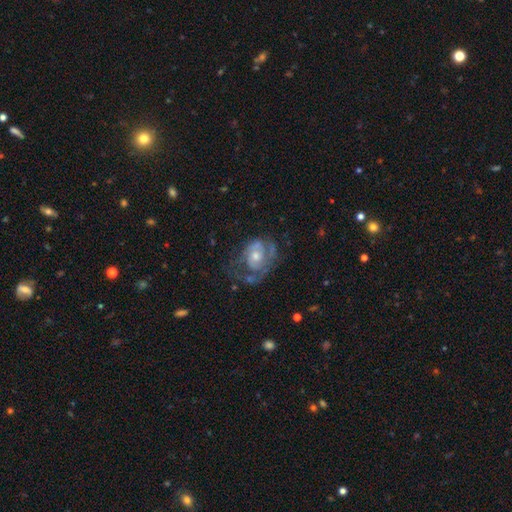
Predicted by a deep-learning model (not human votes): featured or disk 71%, smooth 21%, star or artifact 8%. Down the decision tree: edge-on disk — no (97%); bar — no (77%); spiral arms — yes (68%); bulge size — moderate (57%); merging — none (42%).